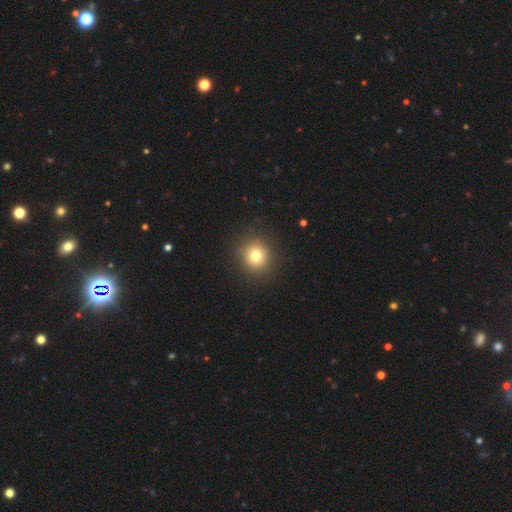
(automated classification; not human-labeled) Overall: smooth (77%). How rounded: round (87%). Merging: none (89%).